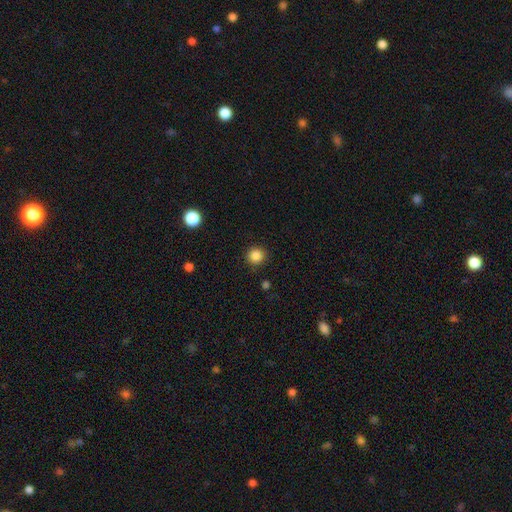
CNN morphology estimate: smooth-or-featured: smooth: 85% | star or artifact: 11% | featured or disk: 3%
  how-rounded: round: 93% | in between: 6% | cigar-shaped: 1%
  merging: none: 90% | minor disturbance: 6% | major disturbance: 2% | merger: 1%